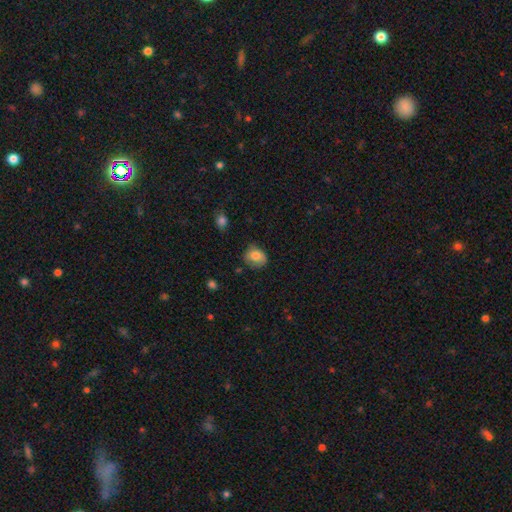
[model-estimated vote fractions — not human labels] smooth-or-featured: smooth: 77% | featured or disk: 14% | star or artifact: 9%
  how-rounded: round: 60% | in between: 39% | cigar-shaped: 1%
  merging: none: 67% | minor disturbance: 25% | major disturbance: 6% | merger: 2%